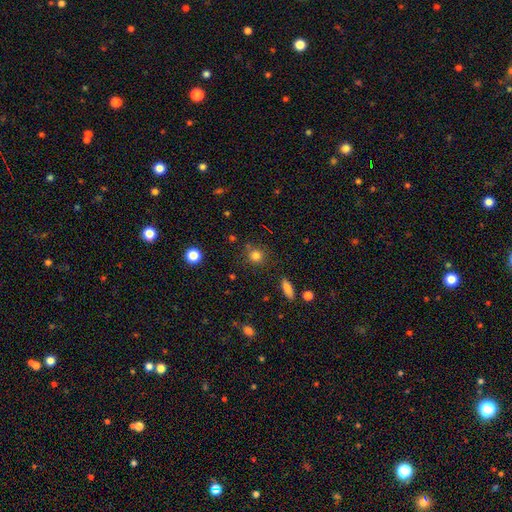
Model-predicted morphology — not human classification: smooth 81%, star or artifact 13%, featured or disk 6%. Down the decision tree: how rounded — round (86%); merging — none (79%).